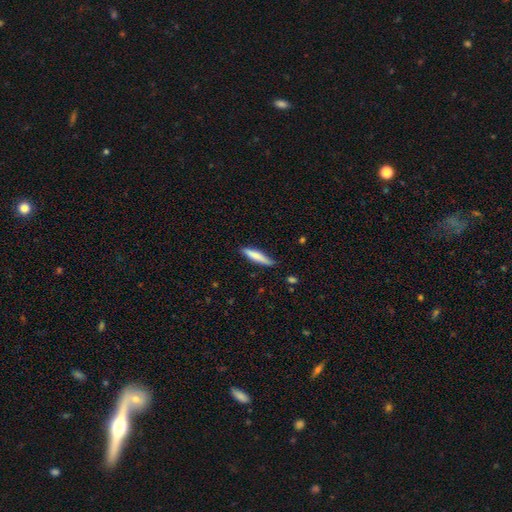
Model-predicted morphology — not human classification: Q: Smooth or featured?
A: smooth (75%); runner-up: featured or disk (20%)
Q: How rounded?
A: cigar-shaped (85%); runner-up: in between (14%)
Q: Merging?
A: none (81%); runner-up: minor disturbance (16%)